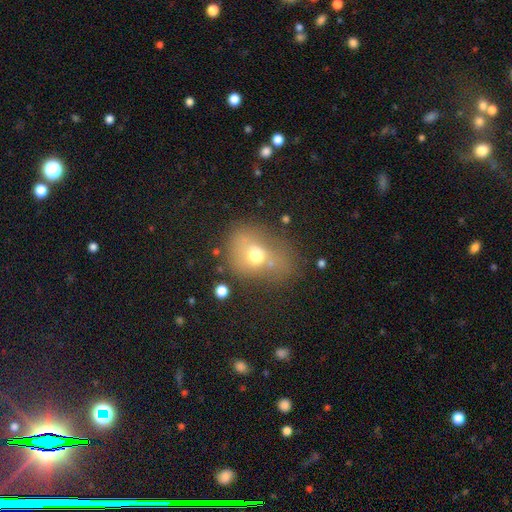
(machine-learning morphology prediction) smooth_or_featured: smooth (p=0.62) [alt: featured or disk p=0.23]
how_rounded: round (p=0.53) [alt: in between p=0.46]
merging: none (p=0.45) [alt: minor disturbance p=0.23]